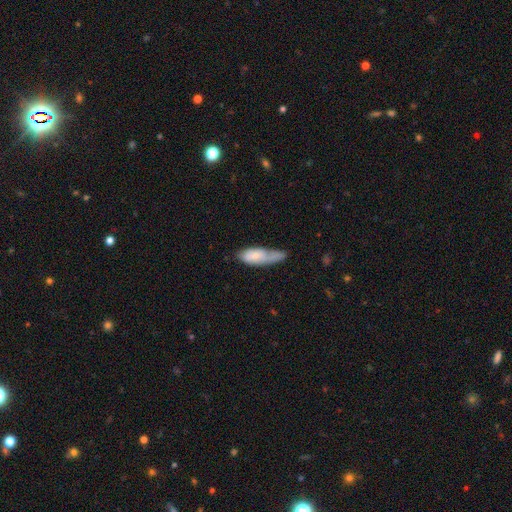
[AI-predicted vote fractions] smooth-or-featured: smooth: 69% | featured or disk: 24% | star or artifact: 6%
  how-rounded: in between: 63% | cigar-shaped: 35% | round: 2%
  merging: minor disturbance: 36% | none: 35% | major disturbance: 21% | merger: 9%